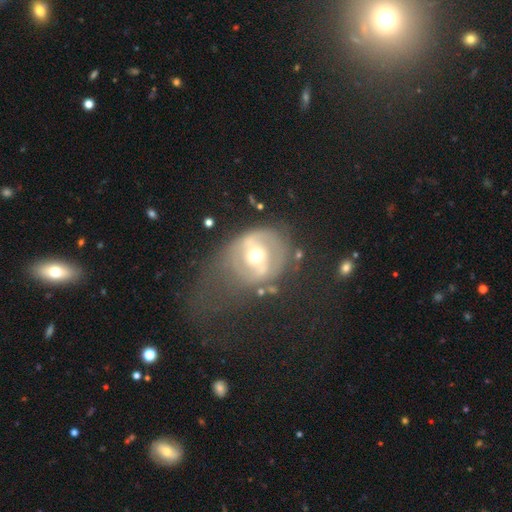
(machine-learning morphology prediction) Overall: featured or disk (68%). Edge-on disk: no (95%). Bar: weak (37%; no 35%). Spiral arms: yes (53%; no 47%). Bulge size: moderate (68%). Merging: none (41%; major disturbance 33%).